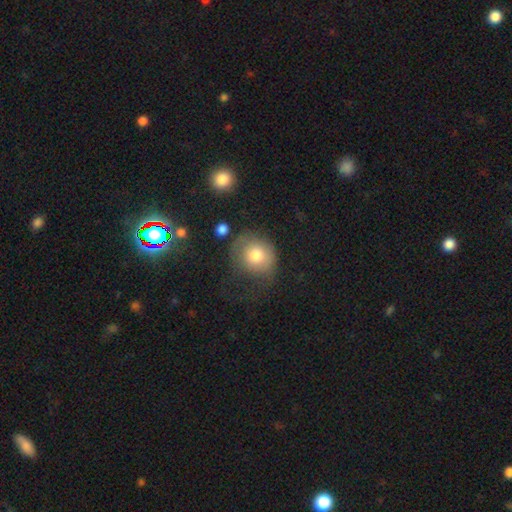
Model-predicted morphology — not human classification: Smooth or featured? Predicted: smooth (p=0.74). How rounded? Predicted: round (p=0.78). Merging? Predicted: none (p=0.49).